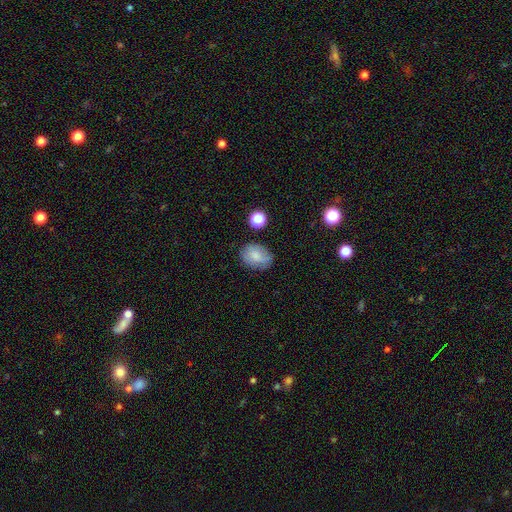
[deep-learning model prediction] Q: Smooth or featured?
A: smooth (77%); runner-up: featured or disk (13%)
Q: How rounded?
A: in between (68%); runner-up: round (31%)
Q: Merging?
A: none (71%); runner-up: minor disturbance (20%)